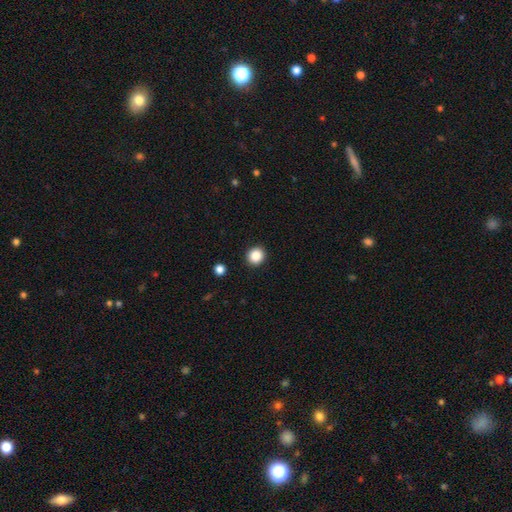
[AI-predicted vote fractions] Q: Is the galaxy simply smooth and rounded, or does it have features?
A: smooth — 87%.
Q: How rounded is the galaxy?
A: round — 90%.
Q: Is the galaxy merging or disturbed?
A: none — 92%.